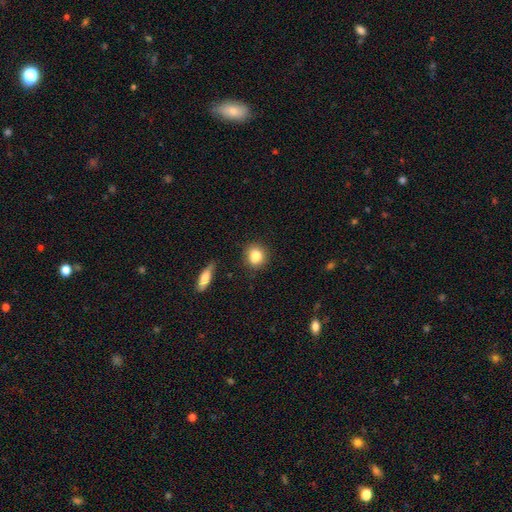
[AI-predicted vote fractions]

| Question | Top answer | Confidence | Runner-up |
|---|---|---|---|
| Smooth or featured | smooth | 84% | star or artifact (9%) |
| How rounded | round | 70% | in between (28%) |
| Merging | none | 82% | minor disturbance (12%) |